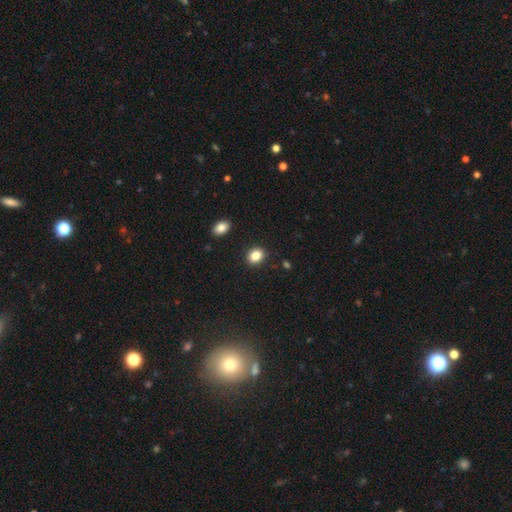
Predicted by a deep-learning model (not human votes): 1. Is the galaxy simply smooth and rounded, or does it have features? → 85% smooth, 10% star or artifact, 5% featured or disk.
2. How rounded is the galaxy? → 52% in between, 47% round, 1% cigar-shaped.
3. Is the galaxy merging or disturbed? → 88% none, 8% minor disturbance, 2% major disturbance, 2% merger.